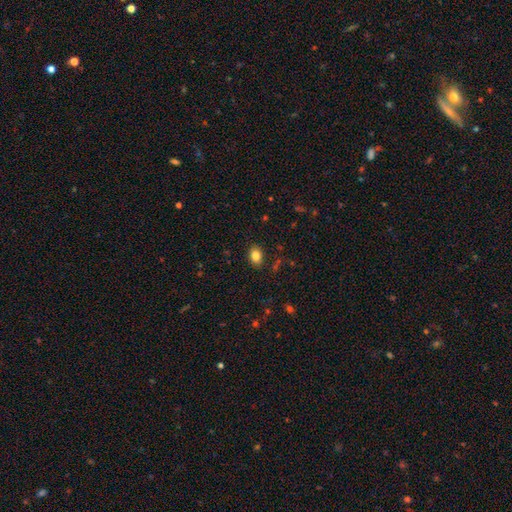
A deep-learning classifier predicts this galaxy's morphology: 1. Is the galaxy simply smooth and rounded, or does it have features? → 83% smooth, 10% star or artifact, 7% featured or disk.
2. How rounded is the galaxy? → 71% in between, 28% round, 1% cigar-shaped.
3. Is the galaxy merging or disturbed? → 87% none, 10% minor disturbance, 2% major disturbance, 1% merger.